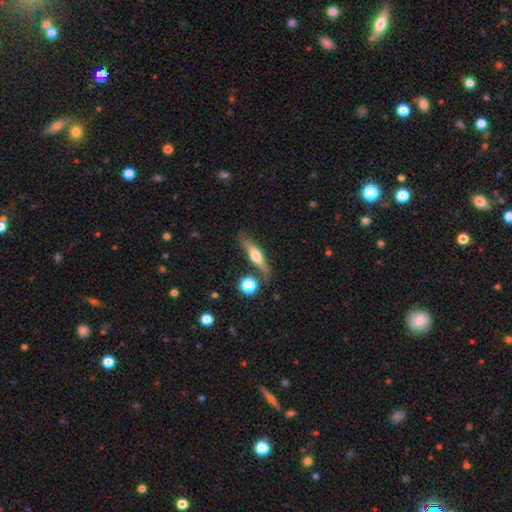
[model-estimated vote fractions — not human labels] A featured or disk galaxy (48%). Merging: none (77%).